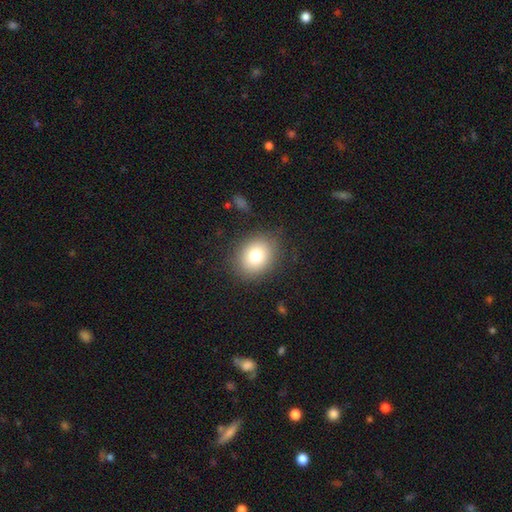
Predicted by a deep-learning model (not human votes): This appears to be a smooth galaxy with no disk features (79%) that is round (59%). Merging: none (85%).